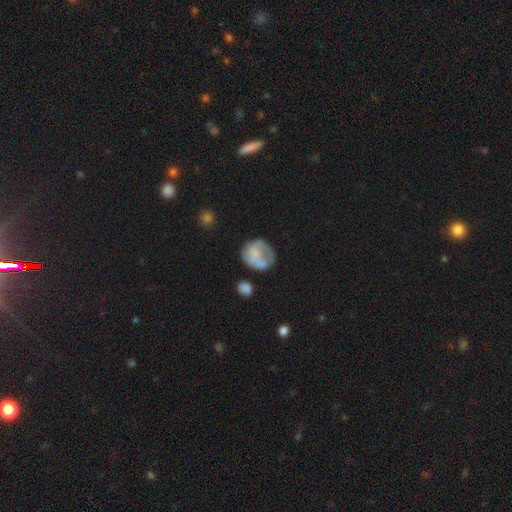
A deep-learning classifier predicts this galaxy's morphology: Q: Smooth or featured?
A: smooth (55%); runner-up: featured or disk (37%)
Q: How rounded?
A: round (65%); runner-up: in between (34%)
Q: Merging?
A: none (43%); runner-up: minor disturbance (26%)